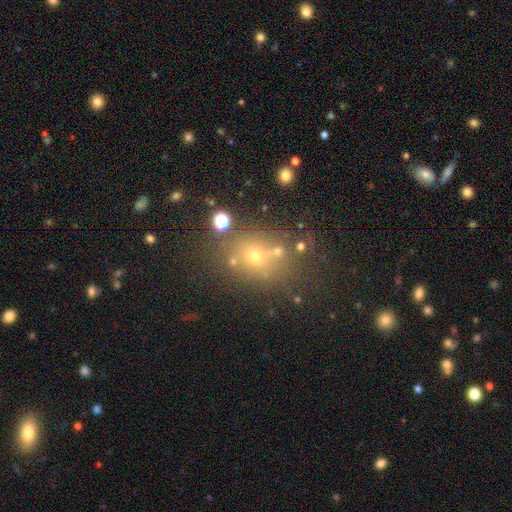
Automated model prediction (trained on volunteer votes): A smooth galaxy with no disk features (57%) that is round (59%).

Vote fractions:
- Smooth or featured? smooth: 57% / star or artifact: 26% / featured or disk: 17%
- How rounded? round: 59% / in between: 39% / cigar-shaped: 2%
- Merging? none: 67% / minor disturbance: 13% / merger: 13% / major disturbance: 7%